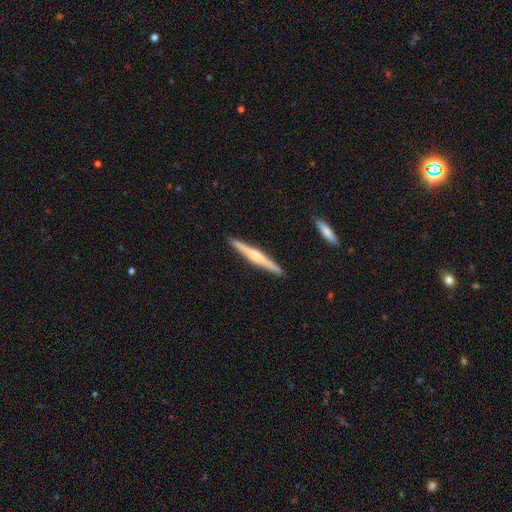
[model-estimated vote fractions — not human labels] A featured or disk galaxy (63%) viewed edge-on (98%) with a rounded central bulge (65%). Merging: none (92%).